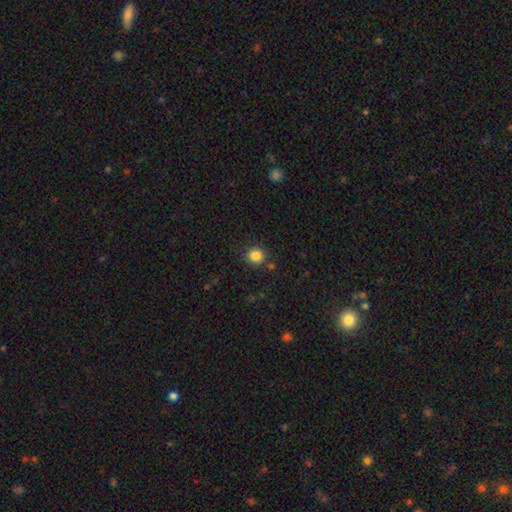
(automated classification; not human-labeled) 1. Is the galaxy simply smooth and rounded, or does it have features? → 85% smooth, 11% star or artifact, 4% featured or disk.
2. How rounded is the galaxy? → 92% round, 7% in between, 1% cigar-shaped.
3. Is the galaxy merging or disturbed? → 87% none, 7% minor disturbance, 4% merger, 2% major disturbance.